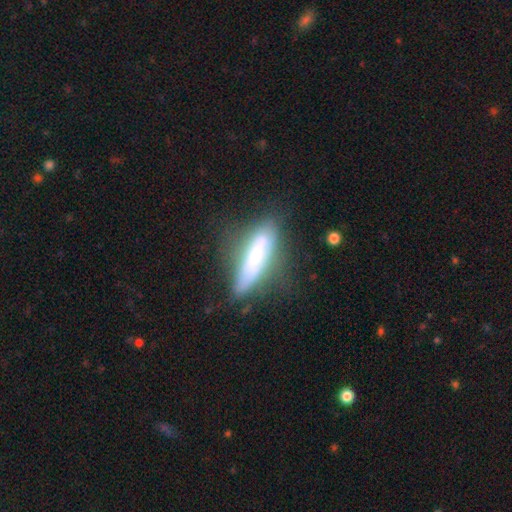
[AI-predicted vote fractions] Morphology: type=smooth (48%); merging=none (57%).